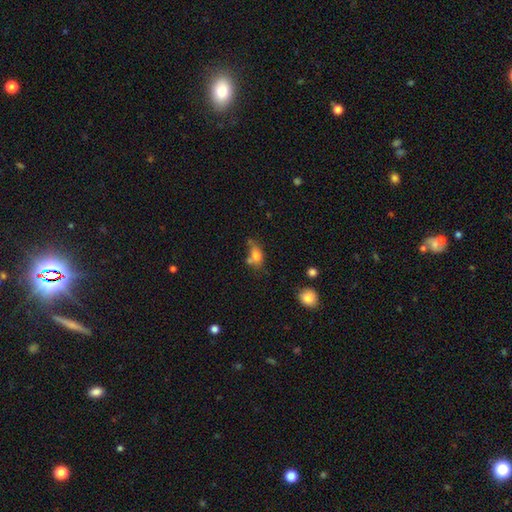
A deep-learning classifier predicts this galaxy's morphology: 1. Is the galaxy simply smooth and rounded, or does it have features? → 74% smooth, 14% featured or disk, 11% star or artifact.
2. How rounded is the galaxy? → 76% in between, 20% round, 5% cigar-shaped.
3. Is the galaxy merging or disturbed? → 40% none, 27% merger, 22% minor disturbance, 11% major disturbance.